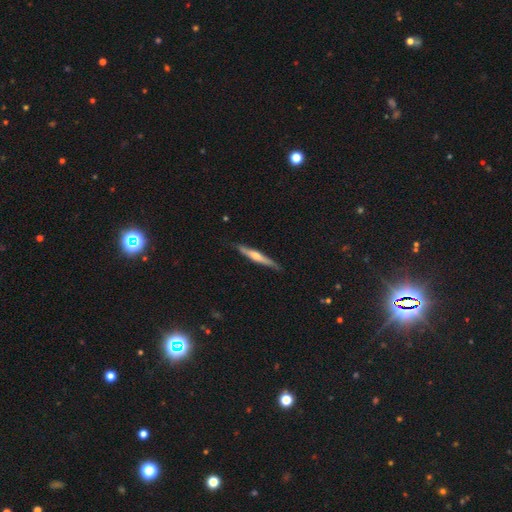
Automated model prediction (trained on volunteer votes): Smooth or featured? Predicted: featured or disk (p=0.61). Edge-on disk? Predicted: yes (p=0.96). Edge-on bulge? Predicted: rounded (p=0.79). Merging? Predicted: none (p=0.84).